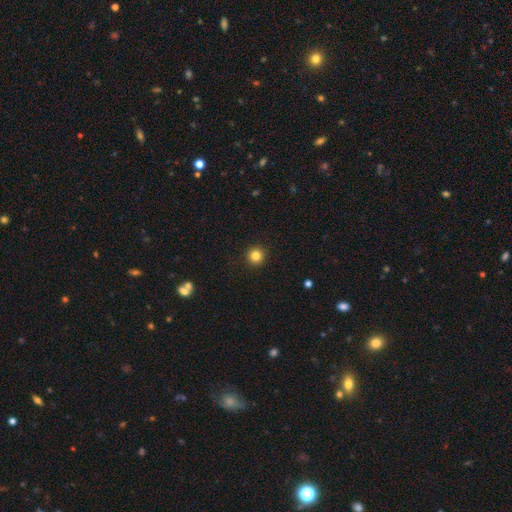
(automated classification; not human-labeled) Smooth or featured? Predicted: smooth (p=0.83). How rounded? Predicted: round (p=0.96). Merging? Predicted: none (p=0.93).